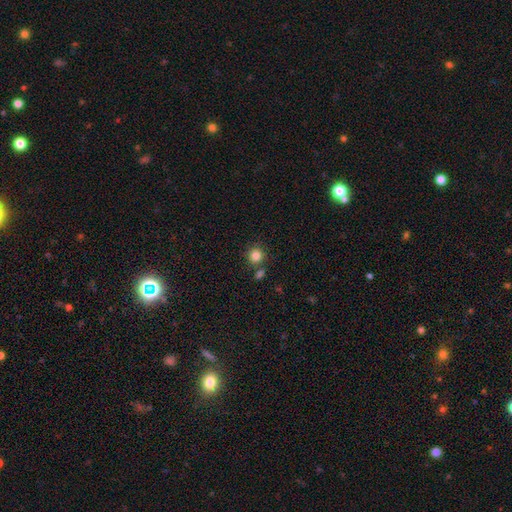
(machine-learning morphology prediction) The model was most divided on "merging": none: 76%, merger: 12%, minor disturbance: 9%, major disturbance: 3%. More confident: how rounded — round (91%); smooth or featured — smooth (84%).